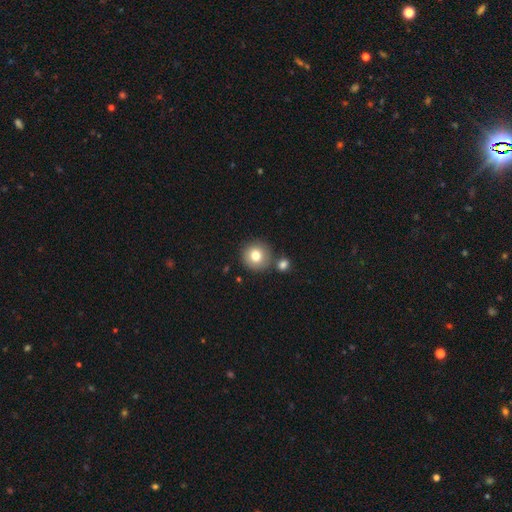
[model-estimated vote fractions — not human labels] Morphology: type=smooth (78%); roundness=round (92%); merging=none (75%).